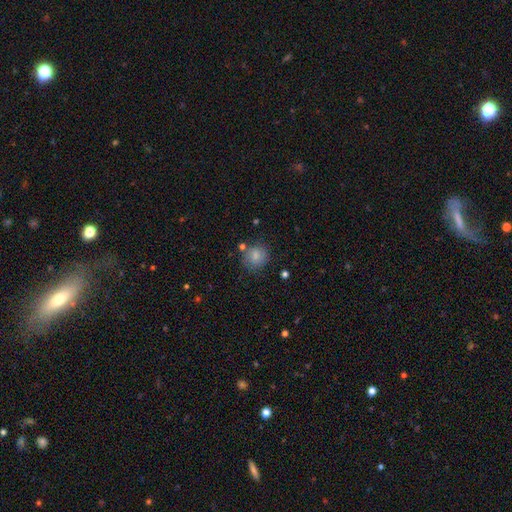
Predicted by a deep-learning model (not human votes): The model was most divided on "merging": none: 76%, minor disturbance: 14%, merger: 5%, major disturbance: 4%. More confident: how rounded — round (84%); smooth or featured — smooth (80%).